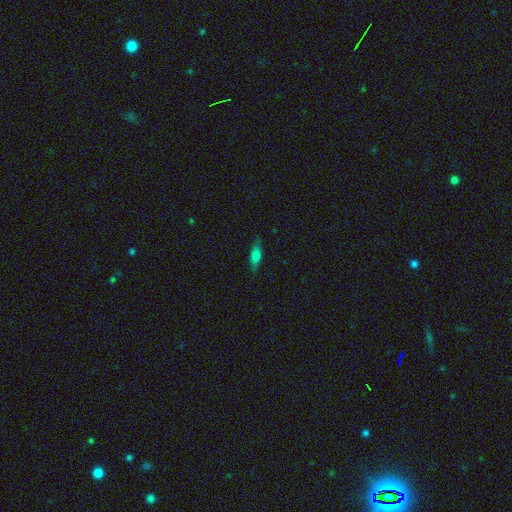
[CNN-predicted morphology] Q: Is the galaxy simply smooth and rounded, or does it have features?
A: smooth — 67%.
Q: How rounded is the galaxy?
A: in between — 52%.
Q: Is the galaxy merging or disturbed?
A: none — 79%.